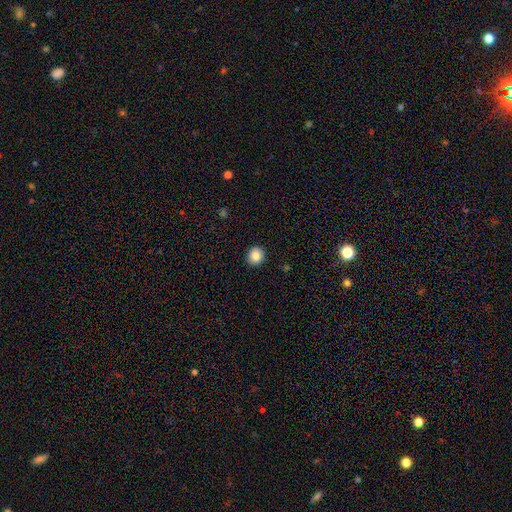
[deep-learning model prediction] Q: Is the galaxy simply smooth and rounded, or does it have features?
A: smooth — 87%.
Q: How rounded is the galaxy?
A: round — 88%.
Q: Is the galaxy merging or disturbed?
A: none — 92%.